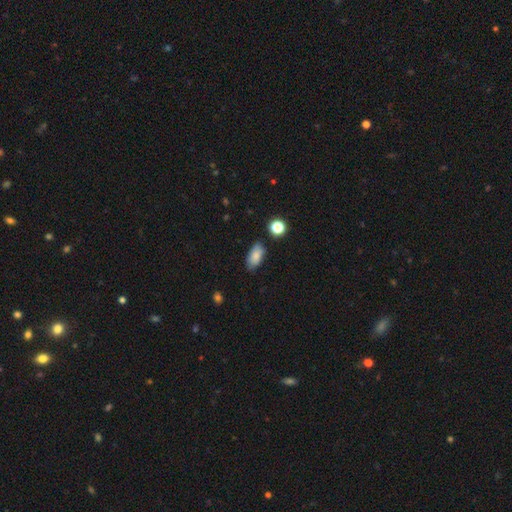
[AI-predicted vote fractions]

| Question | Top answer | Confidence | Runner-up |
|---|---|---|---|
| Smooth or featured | smooth | 84% | star or artifact (8%) |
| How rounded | in between | 90% | cigar-shaped (5%) |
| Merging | none | 78% | minor disturbance (17%) |